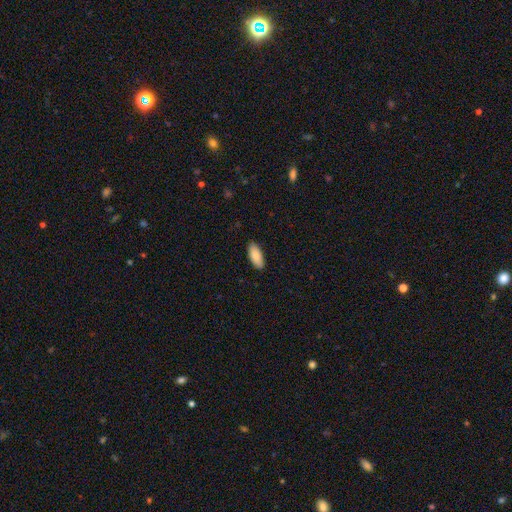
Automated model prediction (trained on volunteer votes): This appears to be a smooth galaxy with no disk features (87%) that is in between round and cigar-shaped (84%). Merging: none (89%).